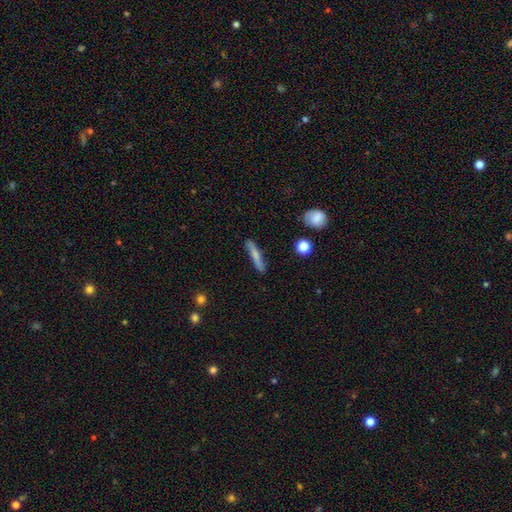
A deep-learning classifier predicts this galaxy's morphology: smooth-or-featured: smooth: 67% | featured or disk: 26% | star or artifact: 7%
  how-rounded: cigar-shaped: 90% | in between: 8% | round: 2%
  merging: none: 81% | minor disturbance: 14% | major disturbance: 3% | merger: 2%